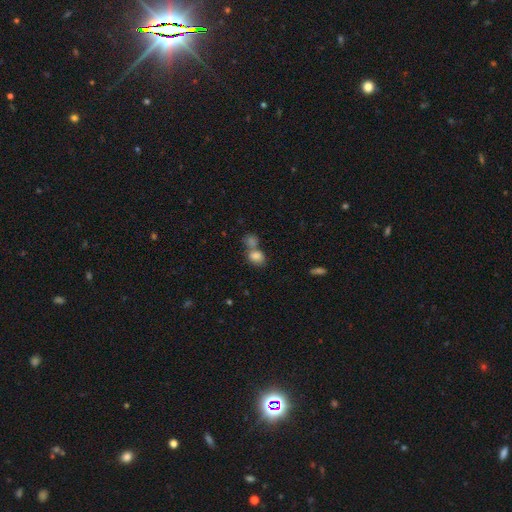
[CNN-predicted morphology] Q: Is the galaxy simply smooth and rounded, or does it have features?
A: smooth — 82%.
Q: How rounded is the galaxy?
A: in between — 63%.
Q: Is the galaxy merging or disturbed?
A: merger — 54%.